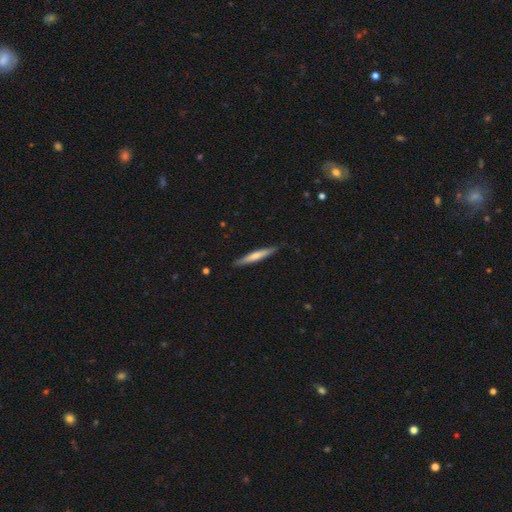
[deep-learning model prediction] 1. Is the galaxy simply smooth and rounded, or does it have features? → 60% smooth, 35% featured or disk, 5% star or artifact.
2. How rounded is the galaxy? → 94% cigar-shaped, 5% in between, 1% round.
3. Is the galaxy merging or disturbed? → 88% none, 9% minor disturbance, 2% major disturbance, 1% merger.